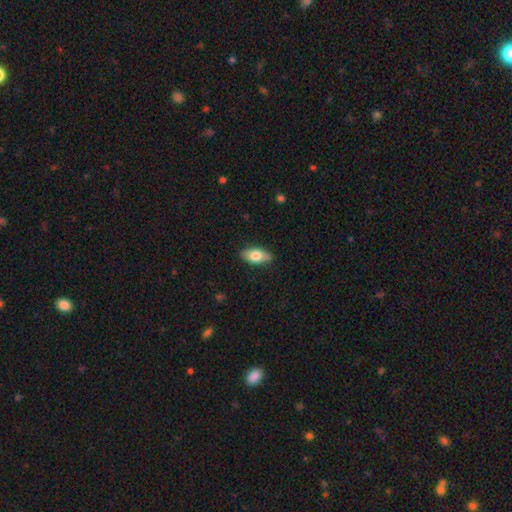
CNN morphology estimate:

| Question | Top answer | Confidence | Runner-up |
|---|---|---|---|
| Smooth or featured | smooth | 75% | featured or disk (19%) |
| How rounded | in between | 89% | cigar-shaped (8%) |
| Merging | none | 86% | minor disturbance (11%) |